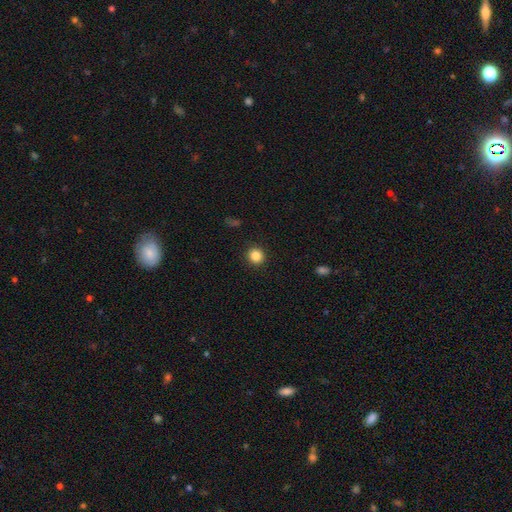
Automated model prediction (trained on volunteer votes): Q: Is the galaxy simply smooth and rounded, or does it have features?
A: smooth — 86%.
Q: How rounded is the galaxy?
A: round — 93%.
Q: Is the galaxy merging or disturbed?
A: none — 92%.